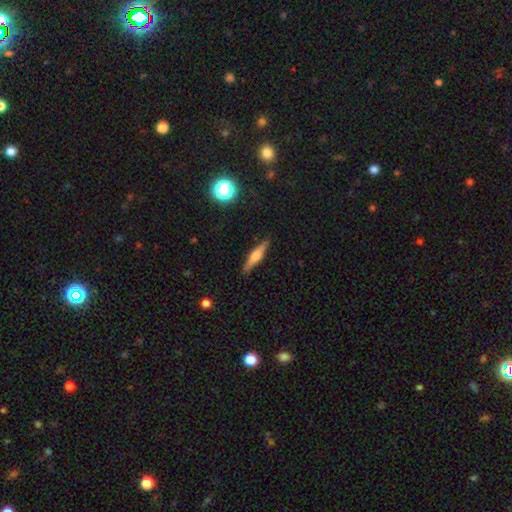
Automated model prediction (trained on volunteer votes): Morphology: type=featured or disk (63%); edge-on=yes (97%); edge-on bulge=rounded (86%); merging=none (90%).